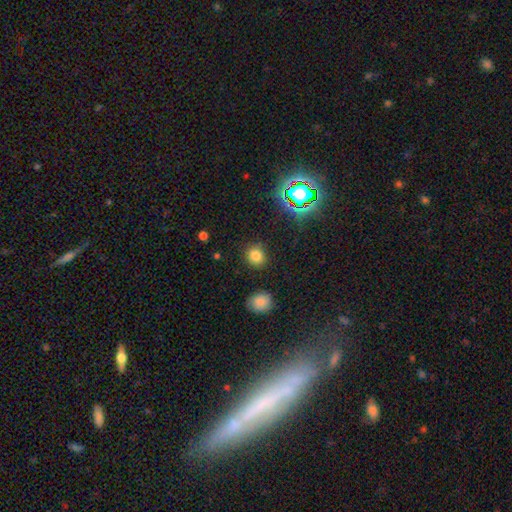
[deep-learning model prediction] Smooth or featured: smooth — 79% (star or artifact — 16%)
How rounded: round — 85% (in between — 14%)
Merging: none — 87% (minor disturbance — 9%)